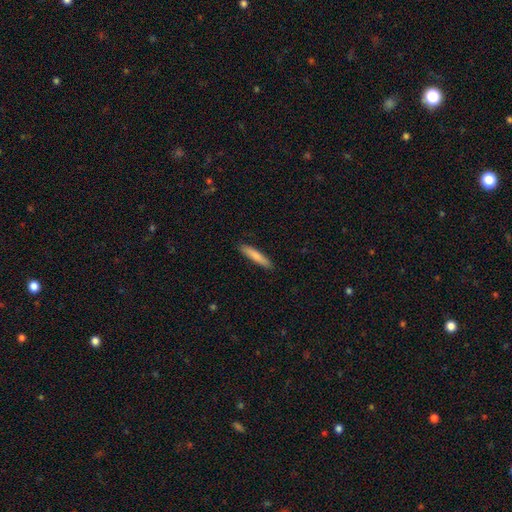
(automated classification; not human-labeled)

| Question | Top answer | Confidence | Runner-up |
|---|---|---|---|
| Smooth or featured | smooth | 81% | featured or disk (14%) |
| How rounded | cigar-shaped | 90% | in between (9%) |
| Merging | none | 89% | minor disturbance (8%) |